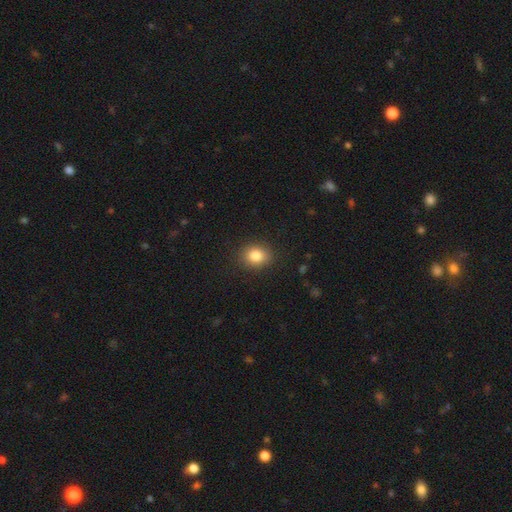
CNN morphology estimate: Smooth or featured: smooth — 84% (star or artifact — 10%)
How rounded: round — 56% (in between — 43%)
Merging: none — 88% (minor disturbance — 9%)